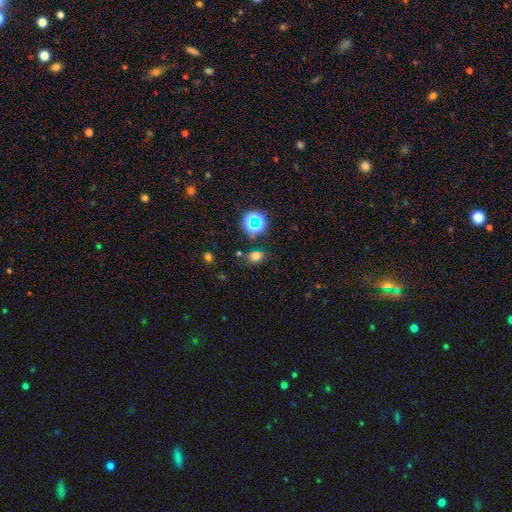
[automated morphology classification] Smooth or featured: smooth — 68% (star or artifact — 25%)
How rounded: round — 53% (in between — 46%)
Merging: none — 76% (minor disturbance — 14%)